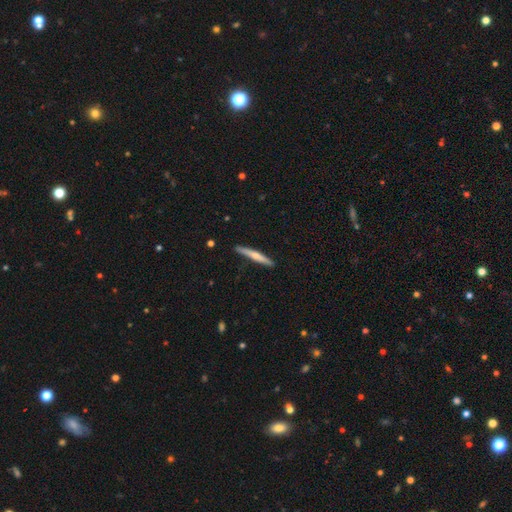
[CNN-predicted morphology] smooth-or-featured: smooth: 49% | featured or disk: 46% | star or artifact: 5%
  merging: none: 89% | minor disturbance: 8% | major disturbance: 1% | merger: 1%